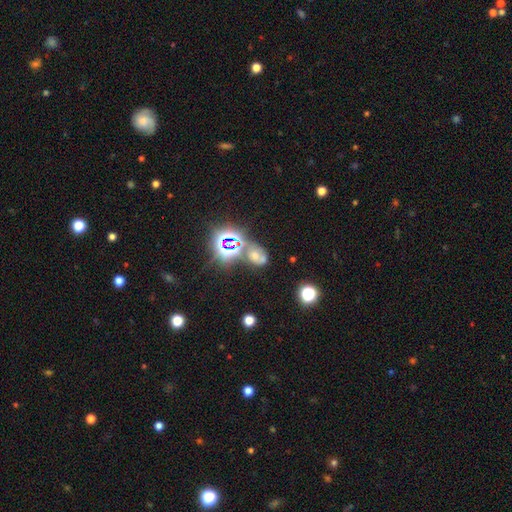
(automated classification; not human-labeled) Q: Smooth or featured?
A: star or artifact (37%); runner-up: smooth (35%)